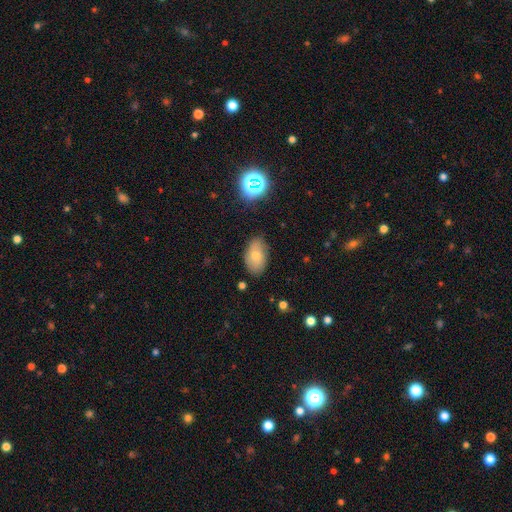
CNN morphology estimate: This appears to be a smooth galaxy with no disk features (72%) that is in between round and cigar-shaped (91%). Merging: none (80%).